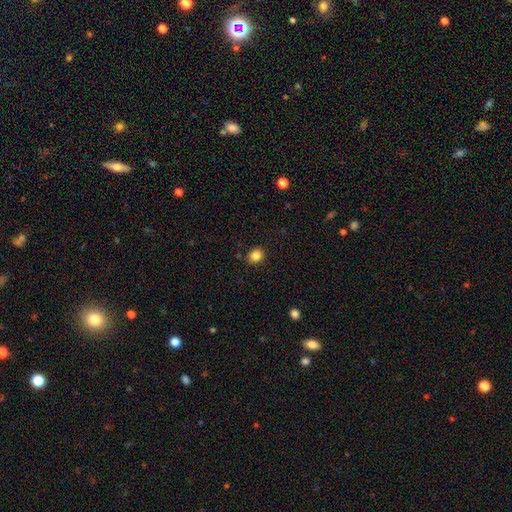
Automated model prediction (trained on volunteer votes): smooth_or_featured: smooth (p=0.84) [alt: star or artifact p=0.11]
how_rounded: round (p=0.74) [alt: in between p=0.25]
merging: none (p=0.89) [alt: minor disturbance p=0.08]